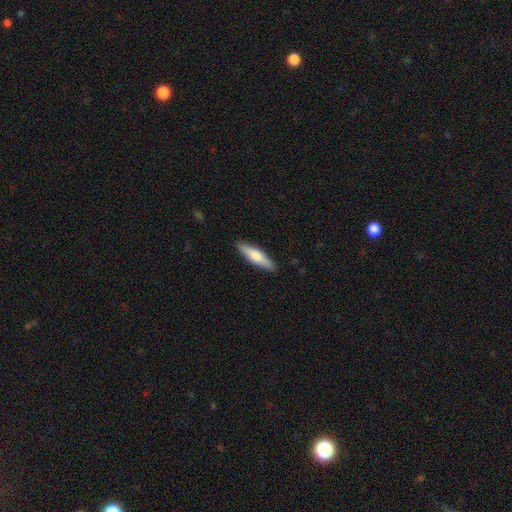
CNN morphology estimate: The model was most divided on "smooth or featured": smooth: 65%, featured or disk: 30%, star or artifact: 5%. More confident: merging — none (90%); how rounded — cigar-shaped (75%).